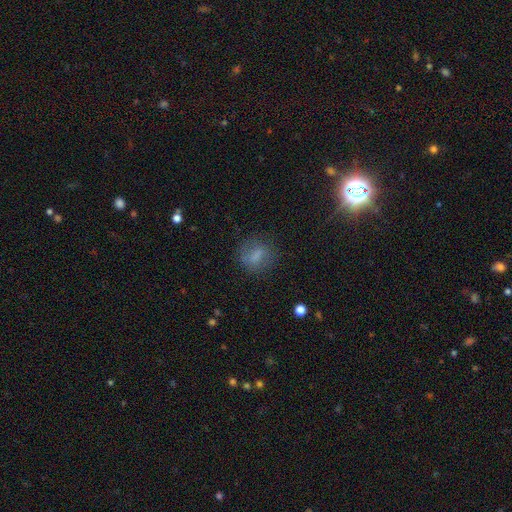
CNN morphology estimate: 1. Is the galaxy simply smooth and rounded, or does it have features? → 68% smooth, 18% featured or disk, 14% star or artifact.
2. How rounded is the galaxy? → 52% round, 43% in between, 4% cigar-shaped.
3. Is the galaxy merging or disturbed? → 73% none, 17% minor disturbance, 9% major disturbance, 2% merger.